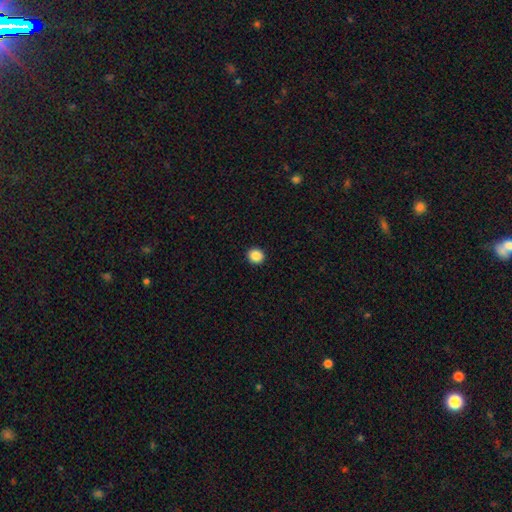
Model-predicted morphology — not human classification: smooth-or-featured: smooth: 88% | star or artifact: 9% | featured or disk: 3%
  how-rounded: round: 91% | in between: 8% | cigar-shaped: 1%
  merging: none: 93% | minor disturbance: 4% | major disturbance: 2% | merger: 1%